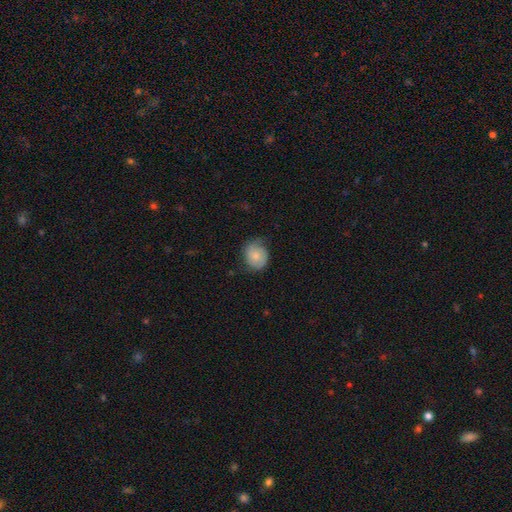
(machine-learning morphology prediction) A smooth galaxy with no disk features (68%) that is round (62%). Merging: none (64%).